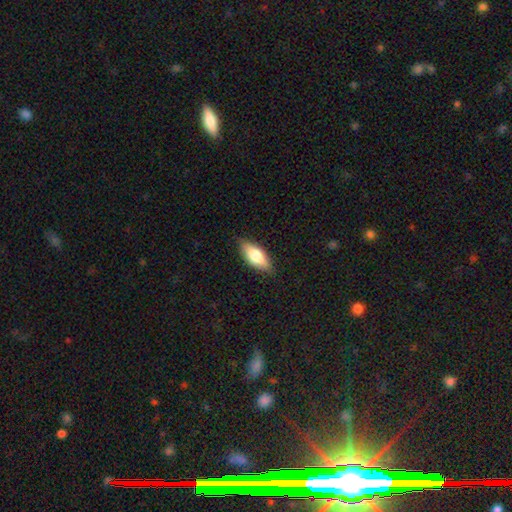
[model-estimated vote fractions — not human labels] smooth_or_featured: smooth (p=0.75) [alt: featured or disk p=0.19]
how_rounded: in between (p=0.82) [alt: cigar-shaped p=0.16]
merging: none (p=0.84) [alt: minor disturbance p=0.13]